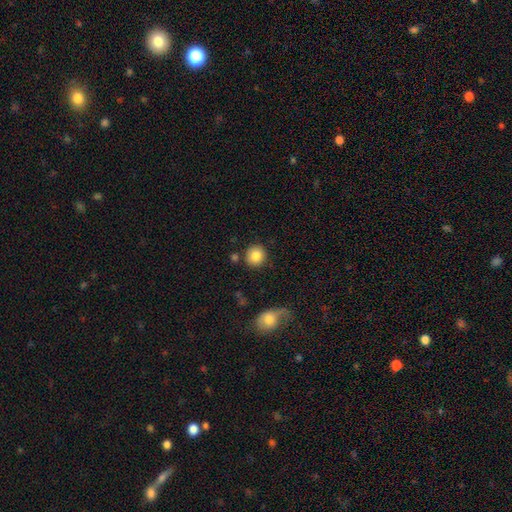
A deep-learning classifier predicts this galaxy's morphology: The model was most divided on "smooth or featured": smooth: 85%, star or artifact: 9%, featured or disk: 7%. More confident: how rounded — round (90%); merging — none (84%).